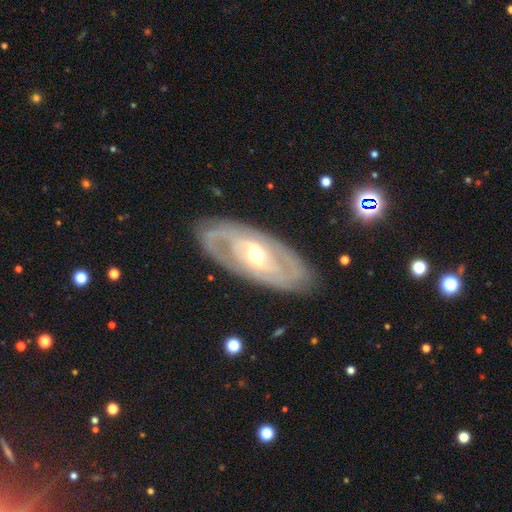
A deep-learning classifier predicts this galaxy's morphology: The model was most divided on "bar": no: 44%, weak: 38%, strong: 18%. More confident: edge-on disk — no (89%); merging — none (83%); smooth or featured — featured or disk (81%); spiral arms — yes (74%); bulge size — moderate (68%); spiral winding — tight (58%); spiral arm count — 2 (52%).